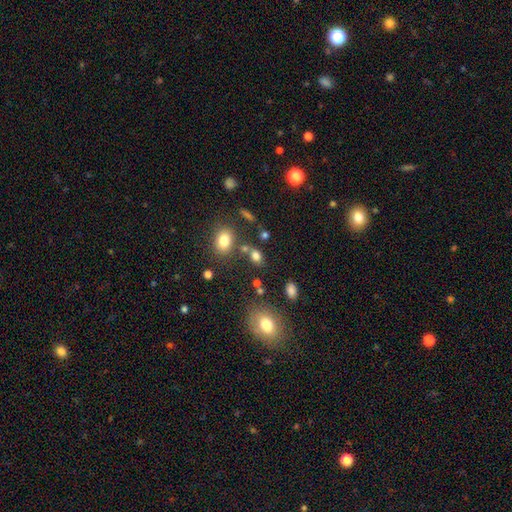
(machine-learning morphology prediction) smooth_or_featured: smooth (p=0.75) [alt: star or artifact p=0.14]
how_rounded: in between (p=0.73) [alt: round p=0.24]
merging: none (p=0.60) [alt: merger p=0.21]